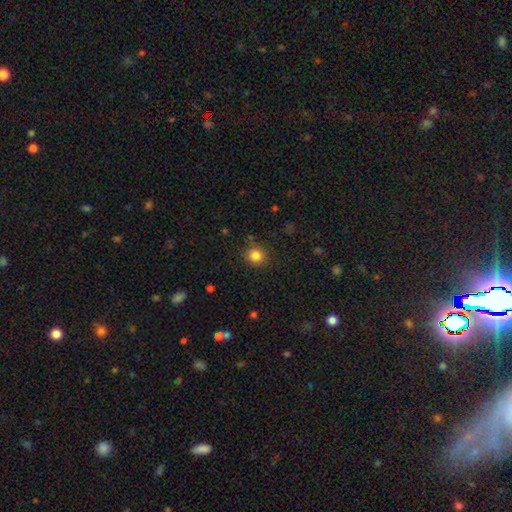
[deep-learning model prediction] smooth-or-featured: smooth: 84% | star or artifact: 11% | featured or disk: 5%
  how-rounded: round: 87% | in between: 12% | cigar-shaped: 1%
  merging: none: 85% | minor disturbance: 10% | major disturbance: 3% | merger: 2%